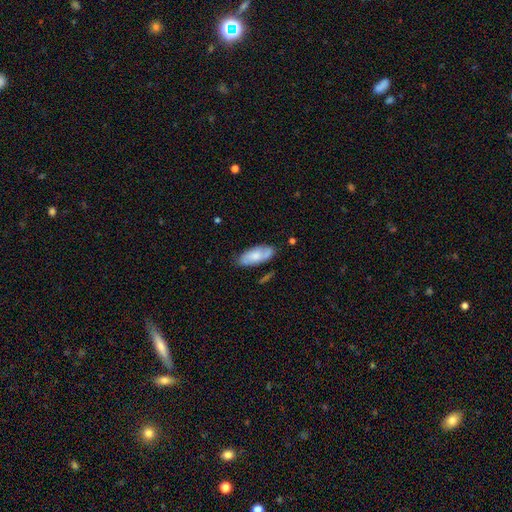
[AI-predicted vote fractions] A smooth galaxy with no disk features (54%) that is in between round and cigar-shaped (83%).

Vote fractions:
- Smooth or featured? smooth: 54% / featured or disk: 40% / star or artifact: 6%
- How rounded? in between: 83% / cigar-shaped: 14% / round: 2%
- Merging? none: 72% / minor disturbance: 20% / major disturbance: 5% / merger: 3%